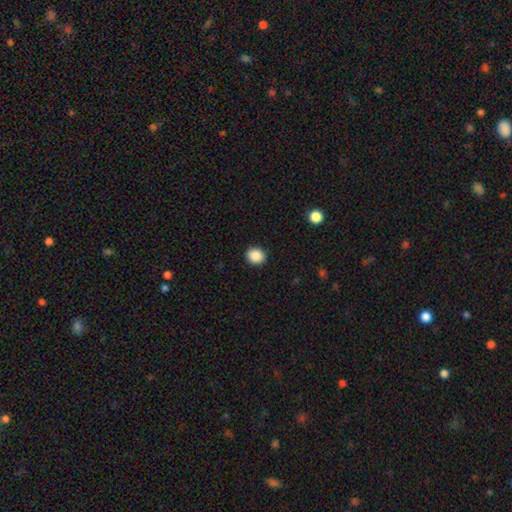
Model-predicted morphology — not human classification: smooth_or_featured: smooth (p=0.88) [alt: star or artifact p=0.09]
how_rounded: round (p=0.79) [alt: in between p=0.20]
merging: none (p=0.92) [alt: minor disturbance p=0.05]